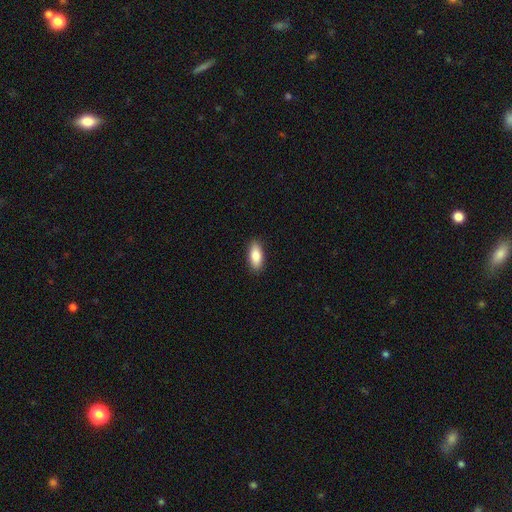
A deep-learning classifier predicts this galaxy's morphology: smooth-or-featured: smooth: 84% | featured or disk: 9% | star or artifact: 6%
  how-rounded: in between: 84% | cigar-shaped: 14% | round: 3%
  merging: none: 90% | minor disturbance: 8% | major disturbance: 2% | merger: 1%